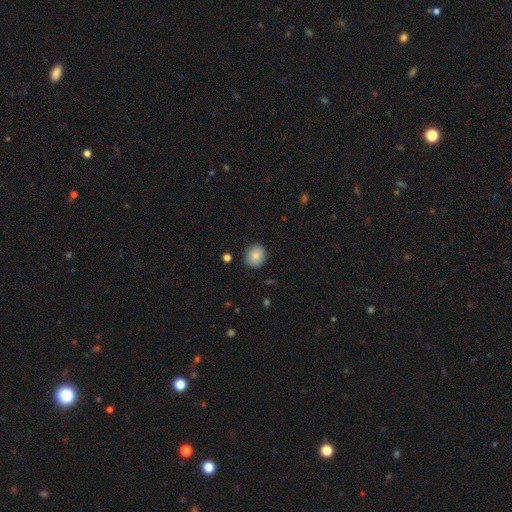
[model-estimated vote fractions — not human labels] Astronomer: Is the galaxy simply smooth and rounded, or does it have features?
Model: smooth — 84%.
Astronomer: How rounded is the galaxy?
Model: round — 80%.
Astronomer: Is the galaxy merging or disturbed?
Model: none — 86%.